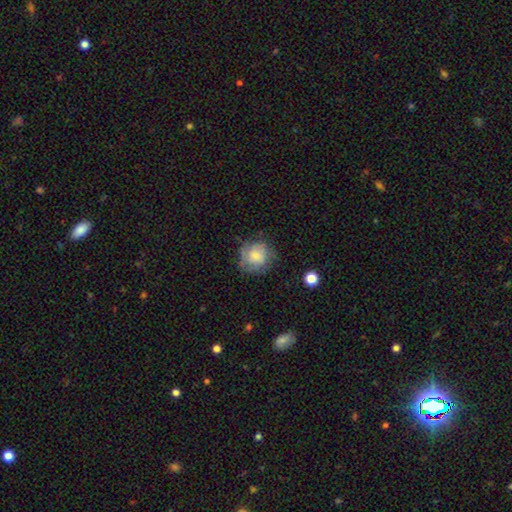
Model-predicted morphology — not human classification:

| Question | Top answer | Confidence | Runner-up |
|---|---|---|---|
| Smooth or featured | smooth | 63% | featured or disk (28%) |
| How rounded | round | 87% | in between (12%) |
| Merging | none | 65% | minor disturbance (24%) |